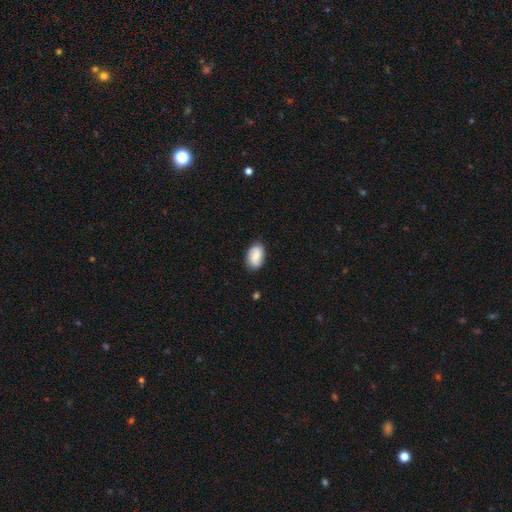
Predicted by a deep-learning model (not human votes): Q: Smooth or featured?
A: smooth (59%); runner-up: featured or disk (33%)
Q: How rounded?
A: in between (88%); runner-up: round (10%)
Q: Merging?
A: none (82%); runner-up: minor disturbance (14%)